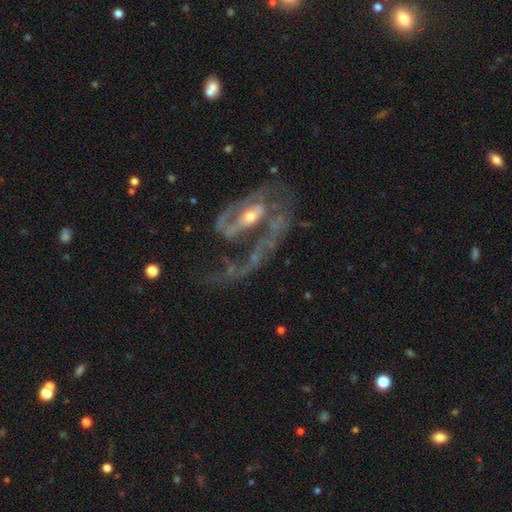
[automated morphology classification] Smooth or featured? featured or disk (85%)
Edge-on disk? no (96%)
Bar? weak (39%)
Spiral arms? yes (86%)
Spiral winding? medium (44%)
Spiral arm count? 1 (43%)
Bulge size? moderate (46%)
Merging? major disturbance (42%)